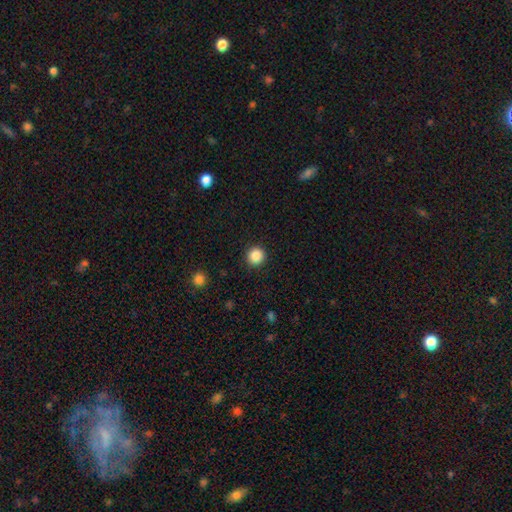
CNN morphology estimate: type=smooth (87%); roundness=round (95%); merging=none (92%).